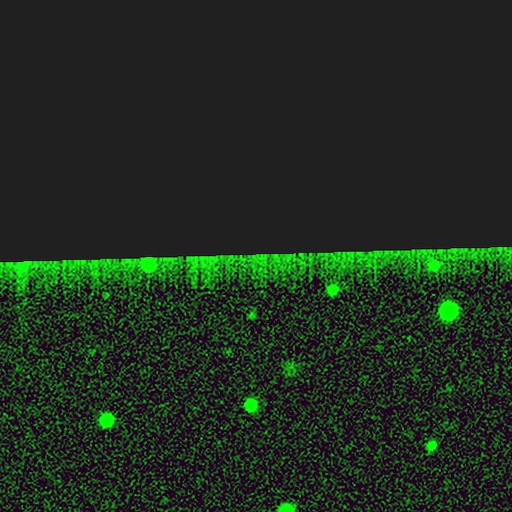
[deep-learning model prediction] smooth-or-featured: star or artifact: 86% | featured or disk: 7% | smooth: 7%